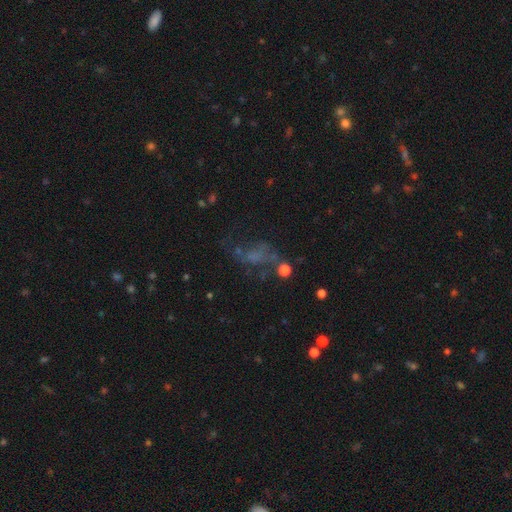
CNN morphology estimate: featured or disk 40%, smooth 32%, star or artifact 28%. Down the decision tree: merging — major disturbance (37%).